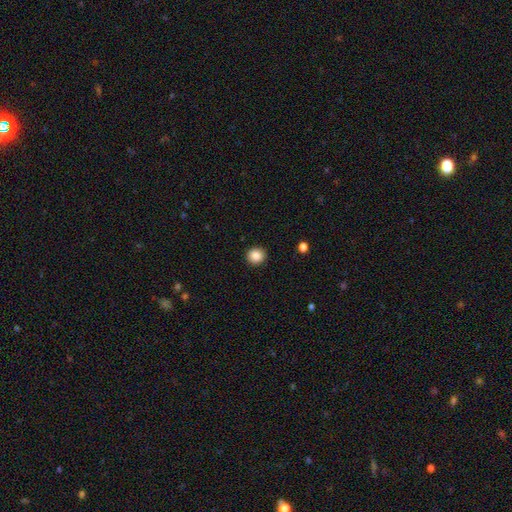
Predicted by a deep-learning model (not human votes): The model was most divided on "smooth or featured": smooth: 87%, star or artifact: 10%, featured or disk: 4%. More confident: merging — none (92%); how rounded — round (91%).